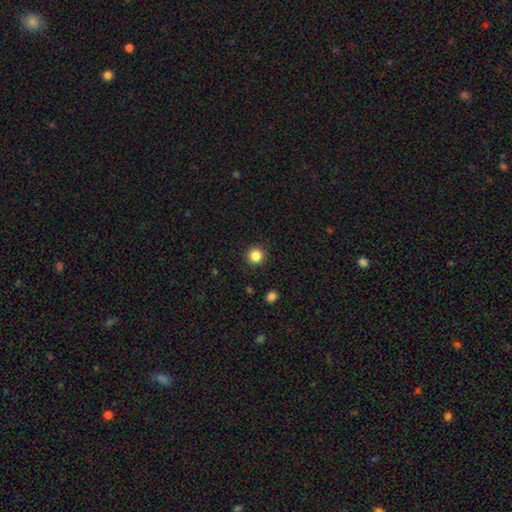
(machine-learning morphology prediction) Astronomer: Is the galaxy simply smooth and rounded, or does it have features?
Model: smooth — 85%.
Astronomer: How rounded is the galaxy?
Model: round — 95%.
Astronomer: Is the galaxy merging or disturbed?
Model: none — 92%.